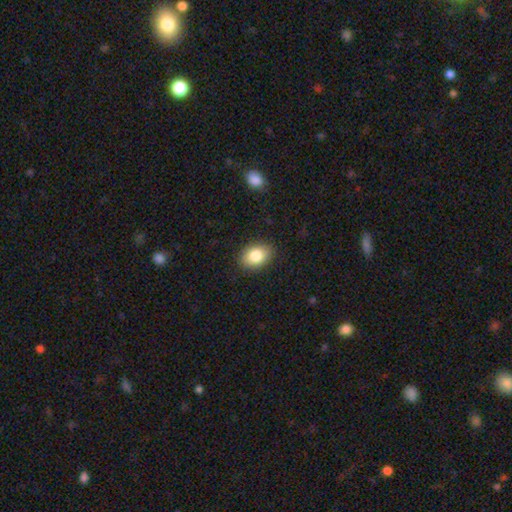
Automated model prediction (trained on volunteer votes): This is clearly a smooth galaxy (84%). How rounded: likely in between (78%). Merging: clearly none (87%).